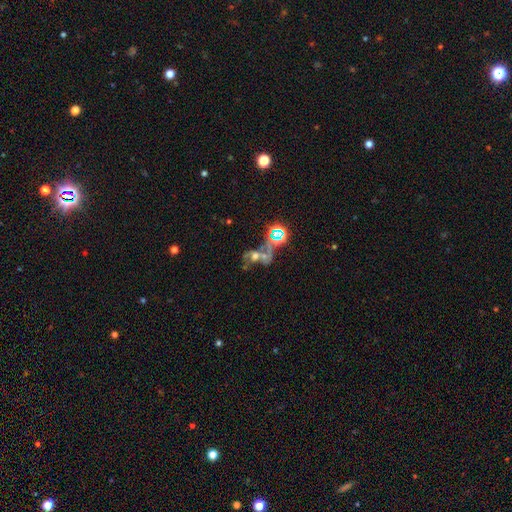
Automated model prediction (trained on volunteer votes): featured or disk 43%, star or artifact 31%, smooth 26%. Down the decision tree: merging — merger (53%).